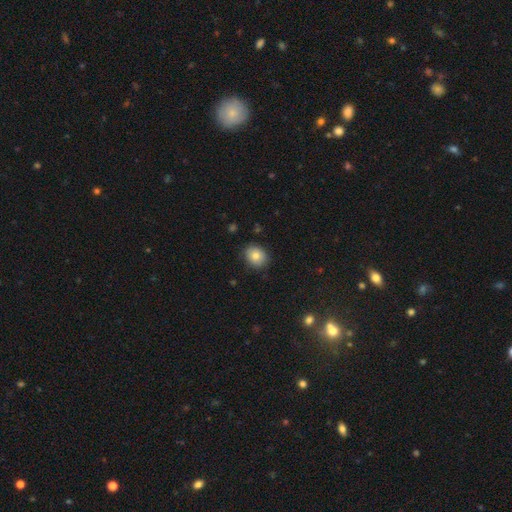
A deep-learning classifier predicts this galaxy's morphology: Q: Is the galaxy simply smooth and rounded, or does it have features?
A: smooth — 81%.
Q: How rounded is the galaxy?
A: round — 61%.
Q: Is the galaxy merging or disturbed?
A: none — 86%.